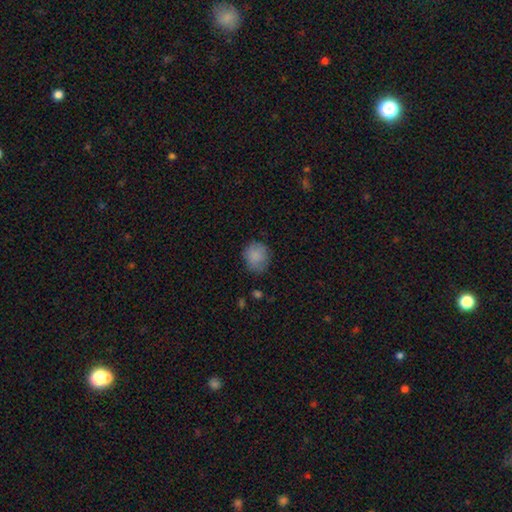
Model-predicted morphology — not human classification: This is clearly a smooth galaxy (86%). How rounded: likely round (77%). Merging: likely none (75%).